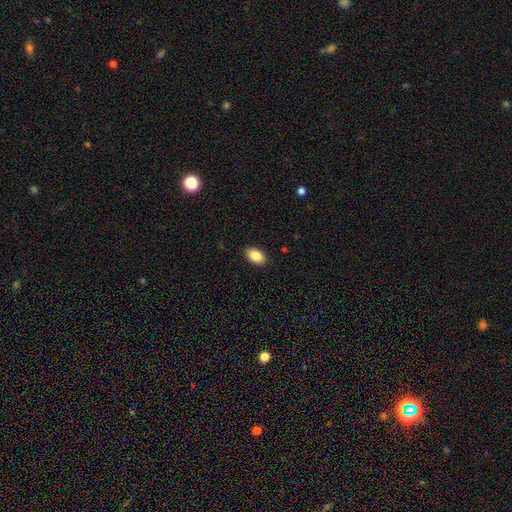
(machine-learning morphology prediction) The model was most divided on "how rounded": in between: 88%, round: 11%, cigar-shaped: 1%. More confident: merging — none (89%); smooth or featured — smooth (87%).